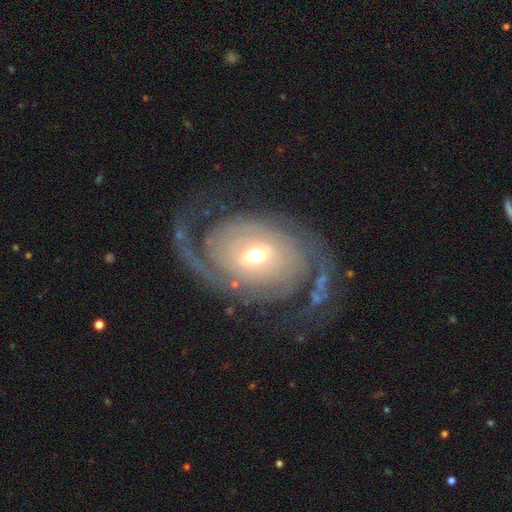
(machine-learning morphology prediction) smooth-or-featured: featured or disk: 86% | smooth: 9% | star or artifact: 5%
  disk-edge-on: no: 96% | yes: 4%
    bar: no: 52% | weak: 35% | strong: 13%
    has-spiral-arms: yes: 93% | no: 7%
      spiral-winding: tight: 52% | medium: 30% | loose: 17%
      spiral-arm-count: 2: 65% | can't tell: 15% | 1: 7% | 3: 6% | 4: 4% | more than 4: 3%
    bulge-size: moderate: 62% | small: 29% | large: 6% | dominant: 1% | none: 1%
  merging: none: 64% | major disturbance: 18% | minor disturbance: 15% | merger: 3%